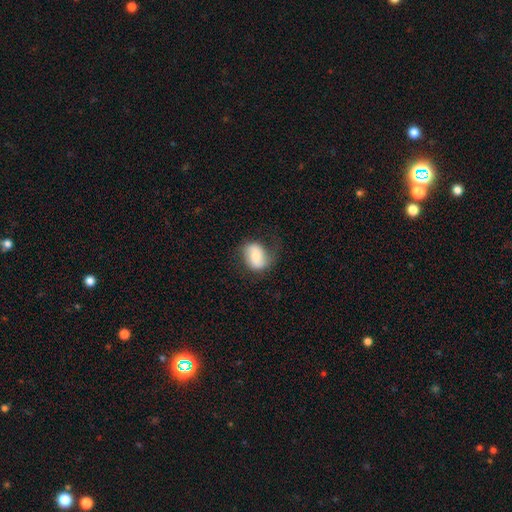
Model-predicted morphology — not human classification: This appears to be a smooth galaxy with no disk features (51%) that is in between round and cigar-shaped (64%). Merging: none (62%).